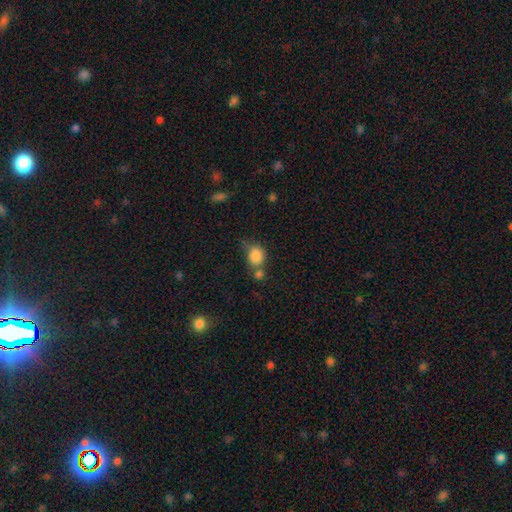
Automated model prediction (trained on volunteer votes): The model was most divided on "merging": none: 43%, merger: 31%, minor disturbance: 18%, major disturbance: 7%. More confident: smooth or featured — smooth (84%); how rounded — round (69%).